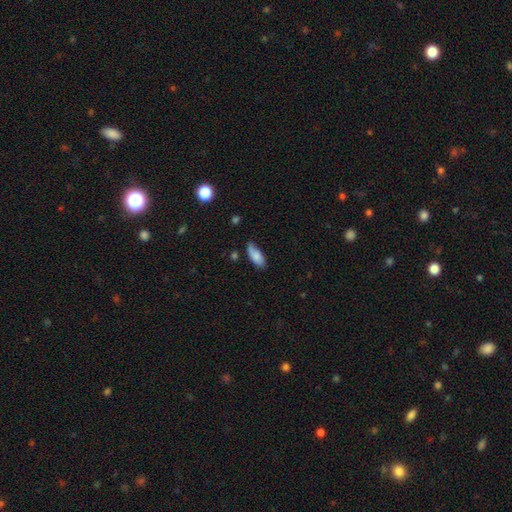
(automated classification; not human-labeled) Q: Smooth or featured?
A: smooth (80%); runner-up: featured or disk (13%)
Q: How rounded?
A: in between (82%); runner-up: cigar-shaped (16%)
Q: Merging?
A: none (62%); runner-up: minor disturbance (30%)